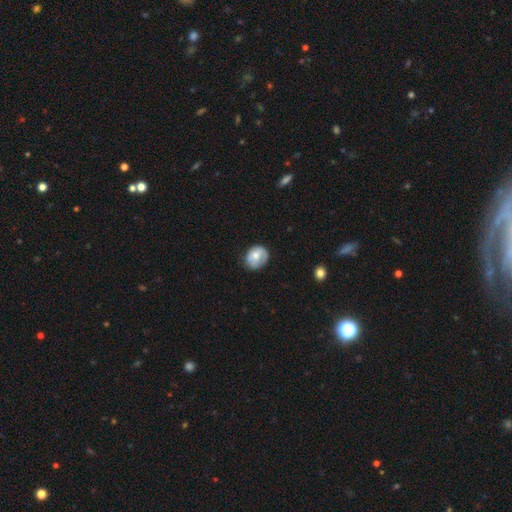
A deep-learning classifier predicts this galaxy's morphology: Smooth or featured: smooth — 67% (featured or disk — 26%)
How rounded: round — 55% (in between — 44%)
Merging: none — 64% (minor disturbance — 28%)